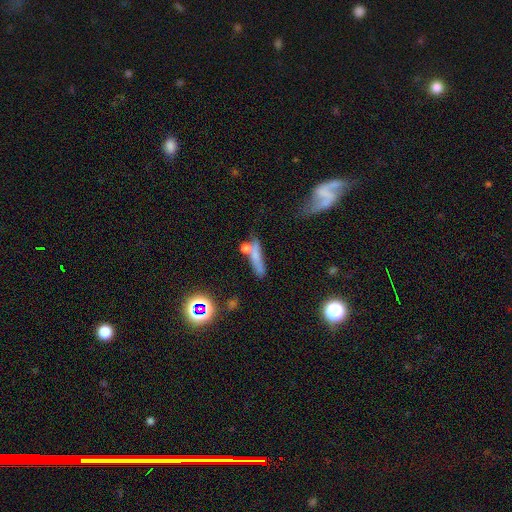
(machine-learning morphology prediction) type=smooth (63%); roundness=cigar-shaped (75%); merging=none (47%).